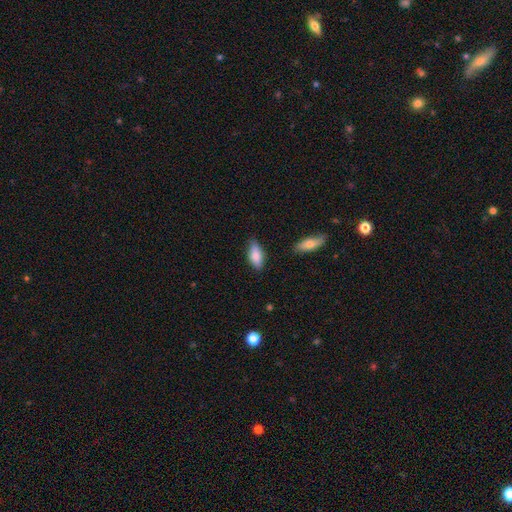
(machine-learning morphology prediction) A smooth galaxy with no disk features (81%) that is in between round and cigar-shaped (81%). Merging: none (79%).